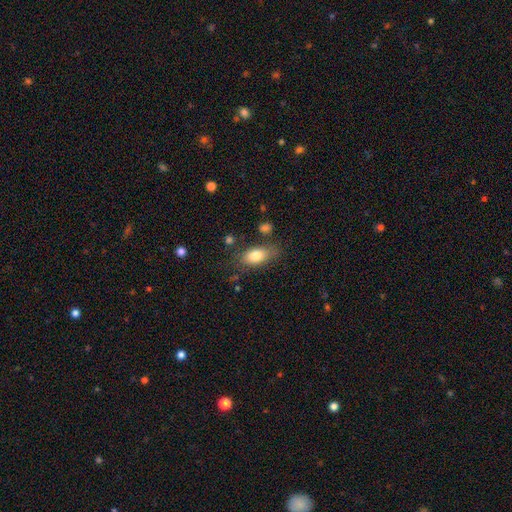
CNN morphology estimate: smooth 80%, featured or disk 13%, star or artifact 7%. Down the decision tree: how rounded — in between (87%); merging — none (70%).